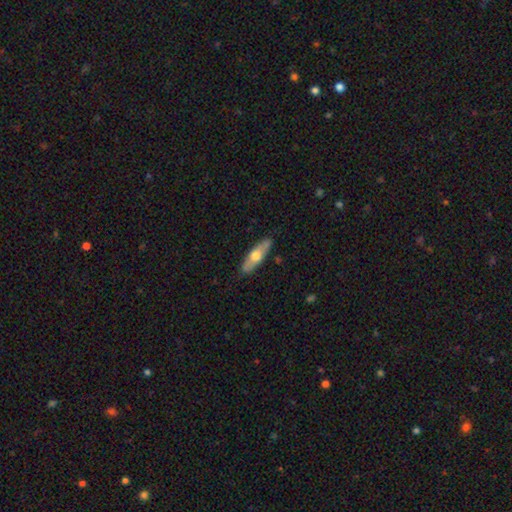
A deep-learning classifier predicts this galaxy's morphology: This appears to be a smooth galaxy with no disk features (53%) that is cigar-shaped (51%). Merging: none (87%).